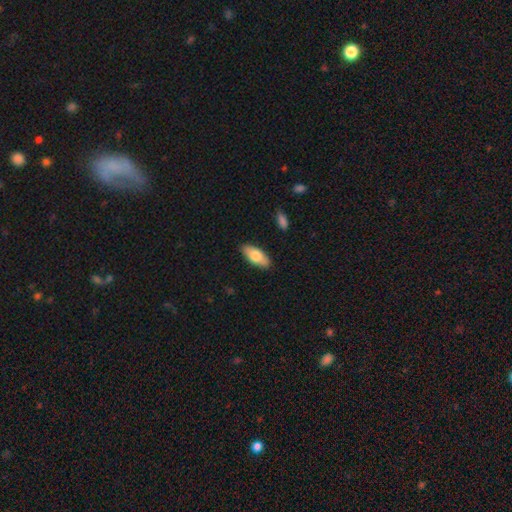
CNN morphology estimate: A smooth galaxy with no disk features (75%) that is in between round and cigar-shaped (86%). Merging: none (87%).